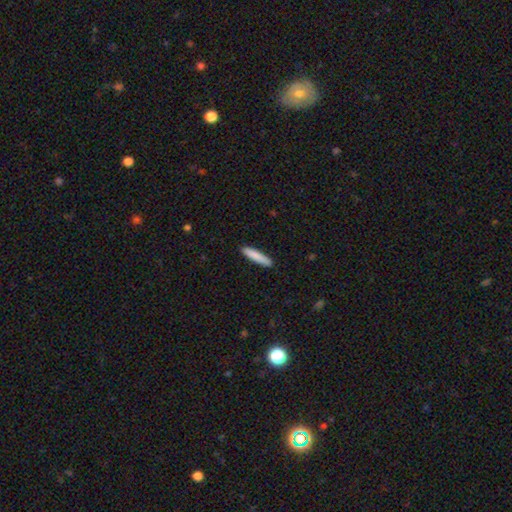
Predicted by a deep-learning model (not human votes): This is clearly a smooth galaxy (84%). How rounded: clearly cigar-shaped (90%). Merging: clearly none (90%).